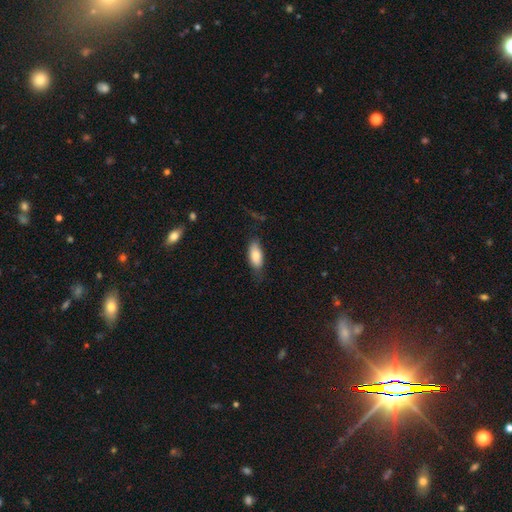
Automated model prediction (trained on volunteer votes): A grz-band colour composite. It shows a smooth galaxy with no disk features (80%) that is in between round and cigar-shaped (84%). Merging: none (69%).